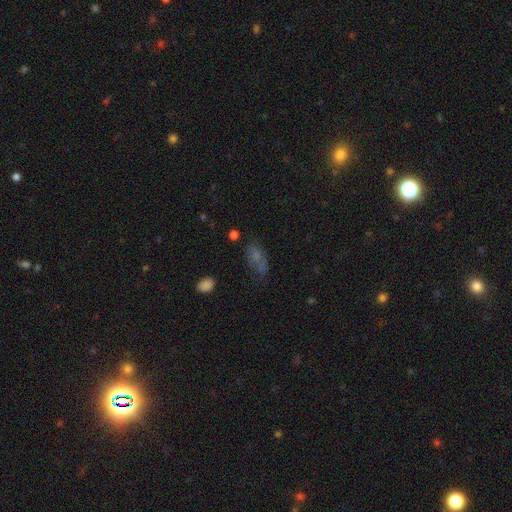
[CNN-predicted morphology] smooth 49%, star or artifact 28%, featured or disk 23%. Down the decision tree: merging — none (51%).